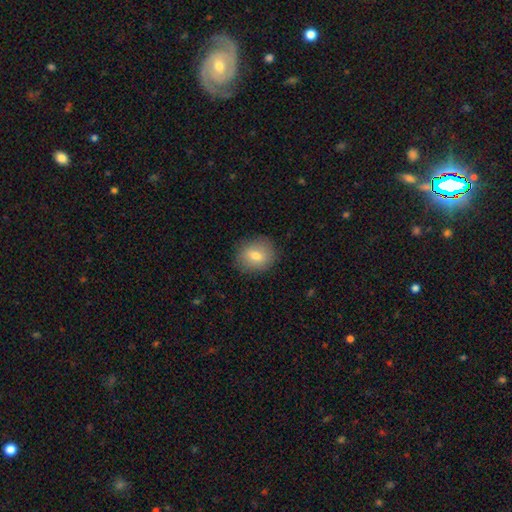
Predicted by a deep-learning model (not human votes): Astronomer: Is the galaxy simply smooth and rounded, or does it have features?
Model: smooth — 74%.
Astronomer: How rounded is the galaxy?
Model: round — 67%.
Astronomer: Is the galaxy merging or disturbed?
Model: none — 85%.